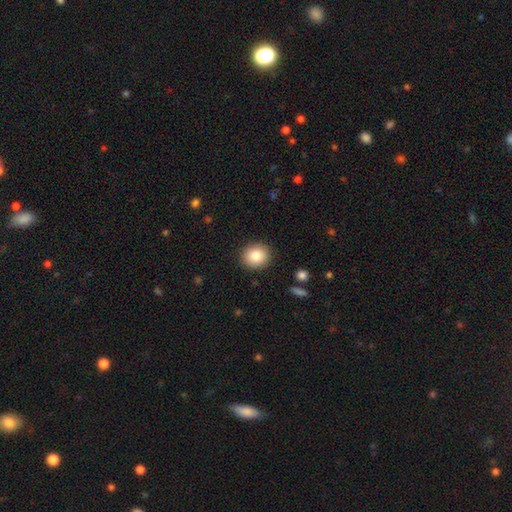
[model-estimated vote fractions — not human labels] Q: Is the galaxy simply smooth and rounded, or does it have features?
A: smooth — 86%.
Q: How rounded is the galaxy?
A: round — 81%.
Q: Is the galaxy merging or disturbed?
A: none — 90%.